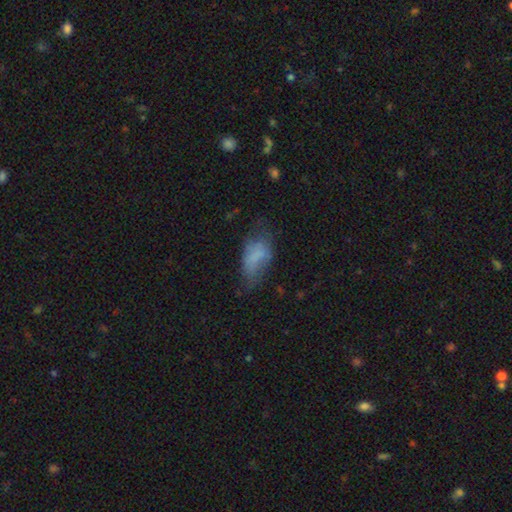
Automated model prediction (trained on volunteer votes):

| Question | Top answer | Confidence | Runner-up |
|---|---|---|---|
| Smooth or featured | smooth | 66% | featured or disk (23%) |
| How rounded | in between | 91% | cigar-shaped (5%) |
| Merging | none | 37% | minor disturbance (34%) |